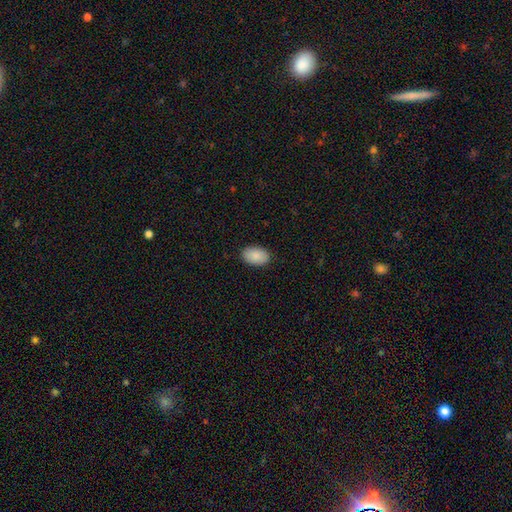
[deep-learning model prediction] Q: Smooth or featured?
A: smooth (89%); runner-up: star or artifact (6%)
Q: How rounded?
A: in between (92%); runner-up: round (7%)
Q: Merging?
A: none (89%); runner-up: minor disturbance (8%)